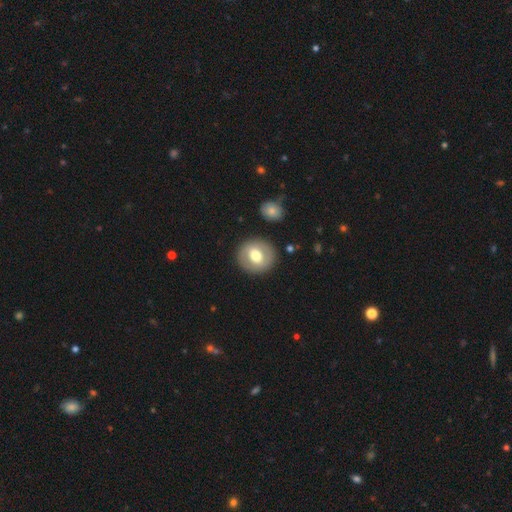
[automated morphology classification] A smooth galaxy with no disk features (58%) that is round (82%). Merging: none (87%).